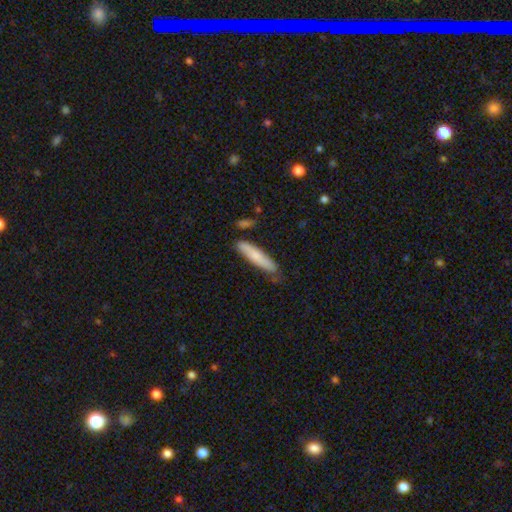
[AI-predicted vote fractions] smooth_or_featured: smooth (p=0.74) [alt: featured or disk p=0.20]
how_rounded: cigar-shaped (p=0.85) [alt: in between p=0.13]
merging: none (p=0.74) [alt: minor disturbance p=0.19]